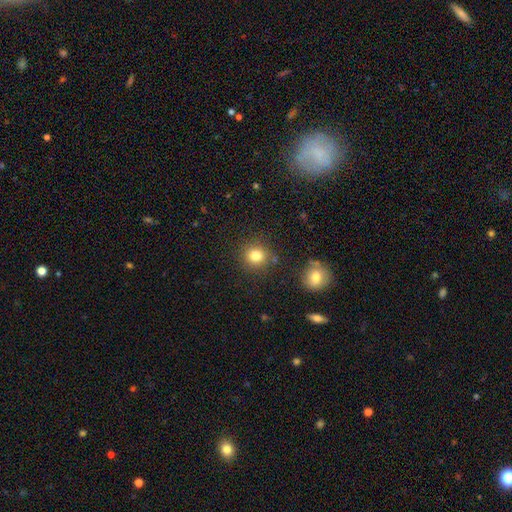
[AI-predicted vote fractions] smooth-or-featured: smooth: 82% | star or artifact: 12% | featured or disk: 6%
  how-rounded: round: 87% | in between: 12% | cigar-shaped: 1%
  merging: none: 85% | minor disturbance: 8% | merger: 4% | major disturbance: 3%